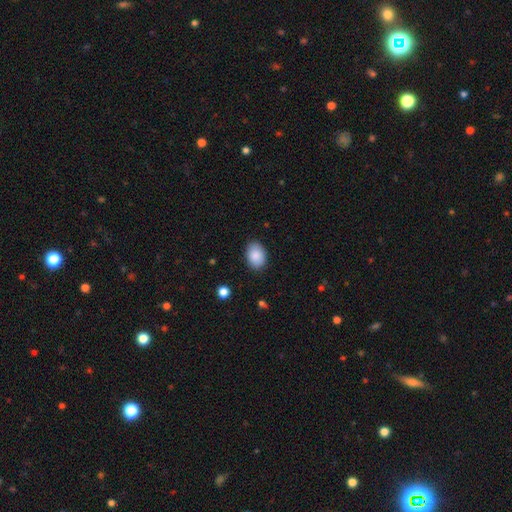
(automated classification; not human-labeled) Smooth or featured? smooth (89%)
How rounded? in between (80%)
Merging? none (86%)